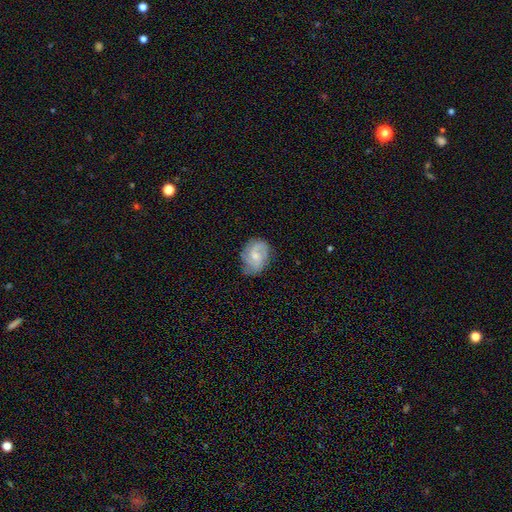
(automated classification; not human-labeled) Smooth or featured?
  - featured or disk: 75% *
  - smooth: 19%
  - star or artifact: 6%
Edge-on disk?
  - no: 98% *
  - yes: 2%
Bar?
  - no: 60% *
  - weak: 35%
  - strong: 4%
Spiral arms?
  - yes: 95% *
  - no: 5%
Spiral winding?
  - medium: 47% *
  - tight: 39%
  - loose: 14%
Spiral arm count?
  - 2: 43% *
  - 3: 29%
  - can't tell: 16%
  - 4: 5%
  - 1: 4%
  - more than 4: 3%
Bulge size?
  - small: 48% *
  - moderate: 44%
  - none: 4%
  - large: 2%
  - dominant: 1%
Merging?
  - none: 73% *
  - minor disturbance: 20%
  - major disturbance: 6%
  - merger: 1%